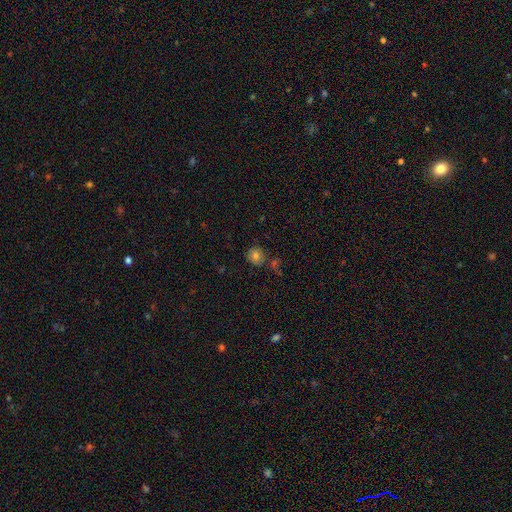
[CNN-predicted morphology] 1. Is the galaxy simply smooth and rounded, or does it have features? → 77% smooth, 12% star or artifact, 10% featured or disk.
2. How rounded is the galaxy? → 85% round, 14% in between, 1% cigar-shaped.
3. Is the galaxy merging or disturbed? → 73% none, 14% minor disturbance, 9% merger, 4% major disturbance.